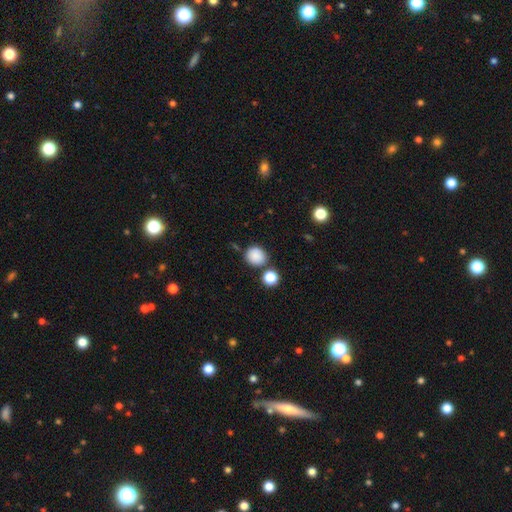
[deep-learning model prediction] Q: Smooth or featured?
A: smooth (86%); runner-up: star or artifact (10%)
Q: How rounded?
A: round (83%); runner-up: in between (16%)
Q: Merging?
A: none (75%); runner-up: minor disturbance (11%)